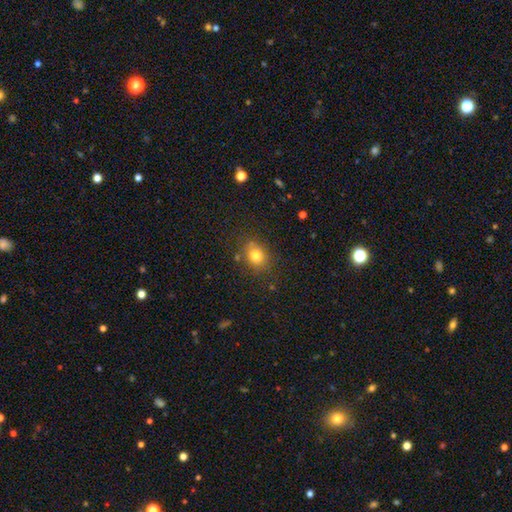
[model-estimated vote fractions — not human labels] smooth_or_featured: smooth (p=0.80) [alt: star or artifact p=0.13]
how_rounded: round (p=0.60) [alt: in between p=0.39]
merging: none (p=0.78) [alt: minor disturbance p=0.14]